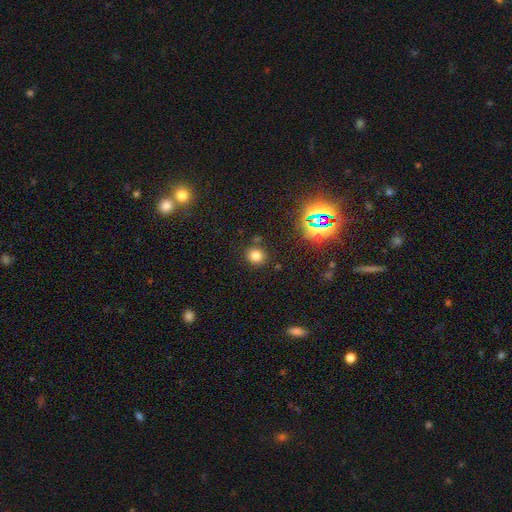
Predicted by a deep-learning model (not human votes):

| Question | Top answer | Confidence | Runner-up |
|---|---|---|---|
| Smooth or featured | smooth | 75% | star or artifact (19%) |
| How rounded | round | 86% | in between (13%) |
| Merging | none | 84% | minor disturbance (8%) |